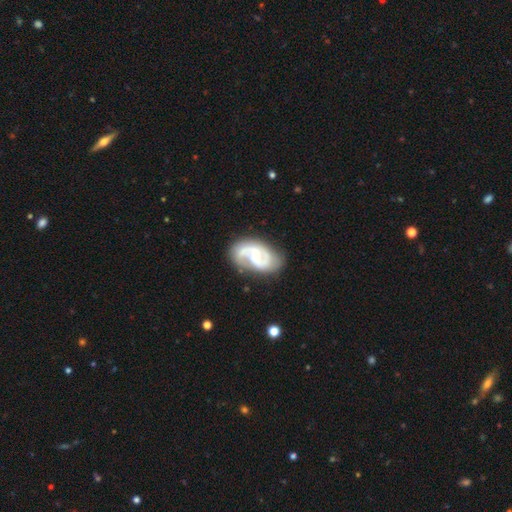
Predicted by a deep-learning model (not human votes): This appears to be a featured or disk galaxy (85%) with a weak bar (50%), 2 (81%) medium (52%) spiral arms (96%) and a small central bulge (51%). Merging: none (71%).